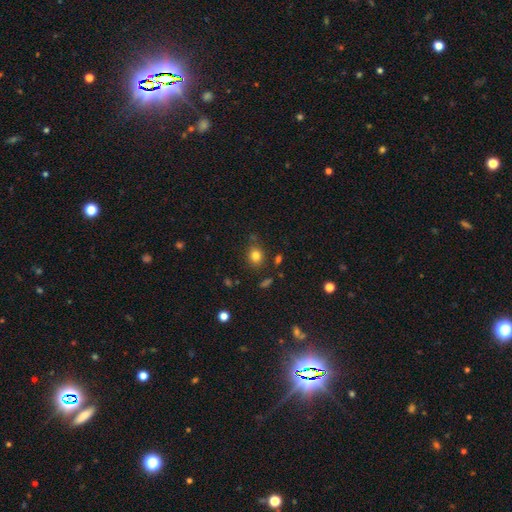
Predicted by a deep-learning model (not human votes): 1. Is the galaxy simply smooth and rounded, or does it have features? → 81% smooth, 13% star or artifact, 7% featured or disk.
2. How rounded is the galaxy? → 68% round, 31% in between, 1% cigar-shaped.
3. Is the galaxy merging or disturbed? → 77% none, 14% minor disturbance, 5% merger, 4% major disturbance.